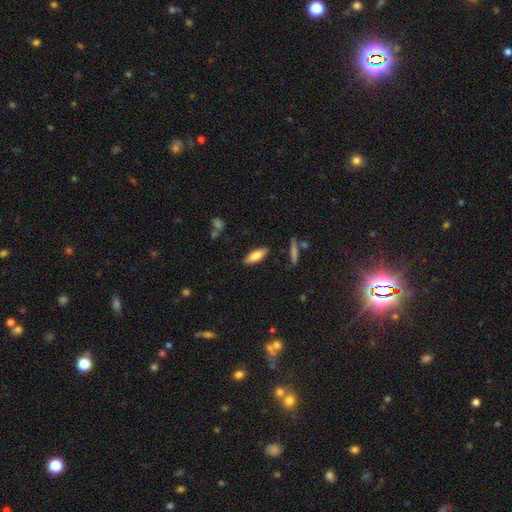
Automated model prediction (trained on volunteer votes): Smooth or featured?
  - smooth: 80% *
  - featured or disk: 13%
  - star or artifact: 7%
How rounded?
  - in between: 67% *
  - cigar-shaped: 31%
  - round: 2%
Merging?
  - none: 85% *
  - minor disturbance: 10%
  - major disturbance: 2%
  - merger: 2%